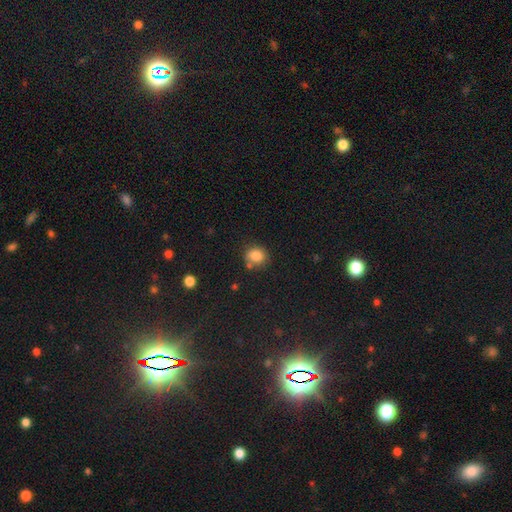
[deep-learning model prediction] This appears to be a smooth galaxy with no disk features (83%) that is round (76%). Merging: none (70%).